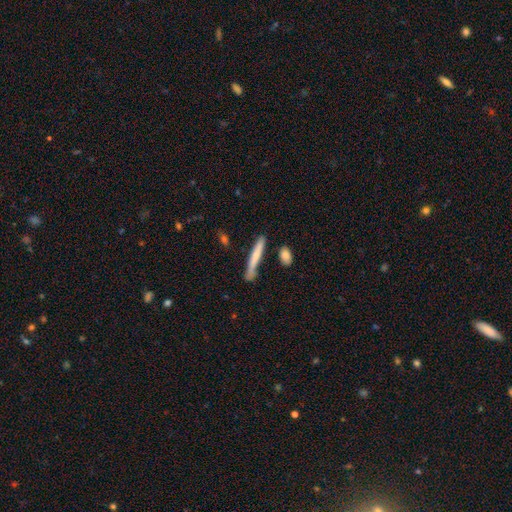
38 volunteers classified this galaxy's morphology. Smooth or featured: smooth — 66% (featured or disk — 32%)
How rounded: cigar-shaped — 100%
Merging: none — 65% (minor disturbance — 22%)